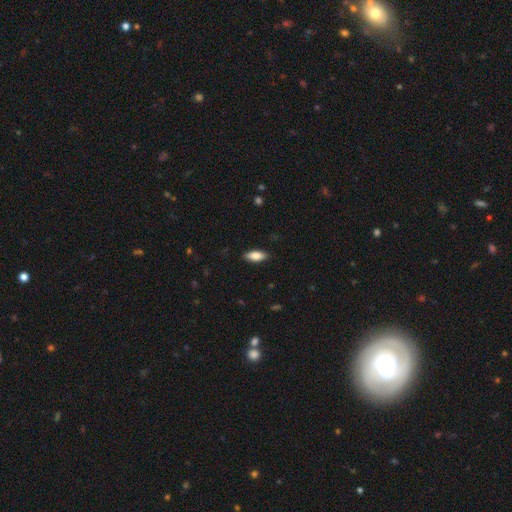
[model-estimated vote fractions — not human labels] This appears to be a smooth galaxy with no disk features (81%) that is in between round and cigar-shaped (78%). Merging: none (88%).